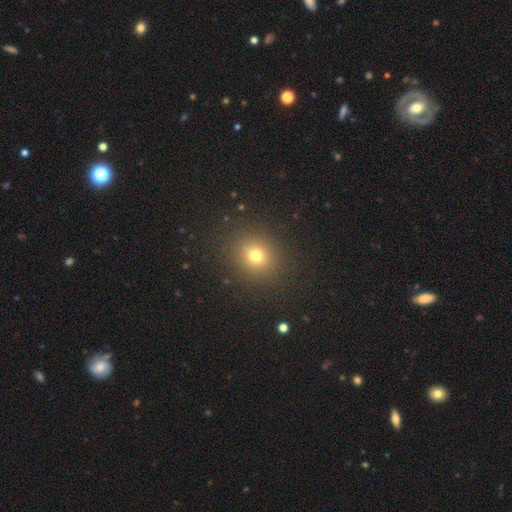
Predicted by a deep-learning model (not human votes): Smooth or featured? Predicted: smooth (p=0.73). How rounded? Predicted: round (p=0.80). Merging? Predicted: none (p=0.89).